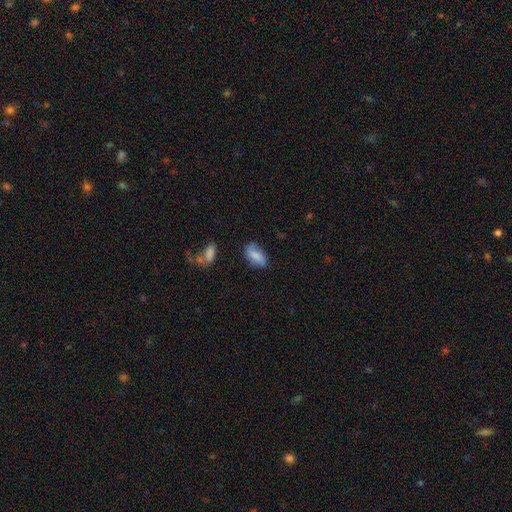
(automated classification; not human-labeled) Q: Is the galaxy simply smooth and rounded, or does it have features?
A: smooth — 80%.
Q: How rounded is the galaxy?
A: in between — 91%.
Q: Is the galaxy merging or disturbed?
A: none — 69%.